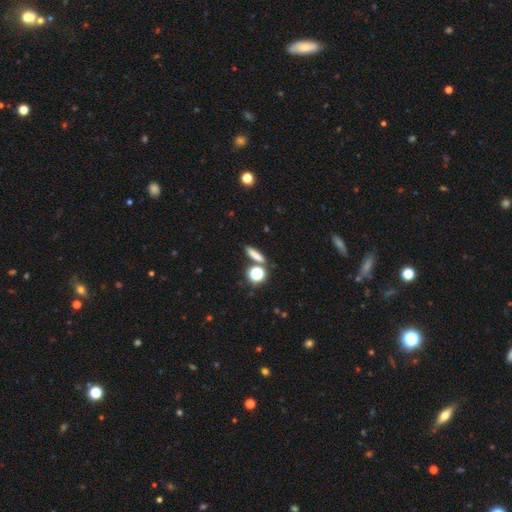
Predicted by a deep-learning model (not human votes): Overall: smooth (72%). How rounded: cigar-shaped (55%; in between 27%). Merging: none (74%).